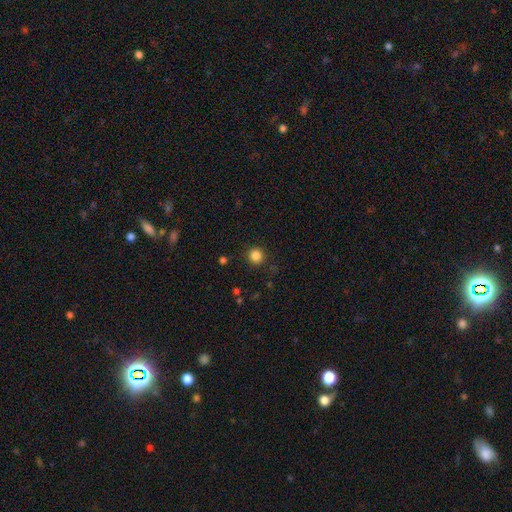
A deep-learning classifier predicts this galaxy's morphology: This is clearly a smooth galaxy (85%). How rounded: clearly round (94%). Merging: clearly none (89%).